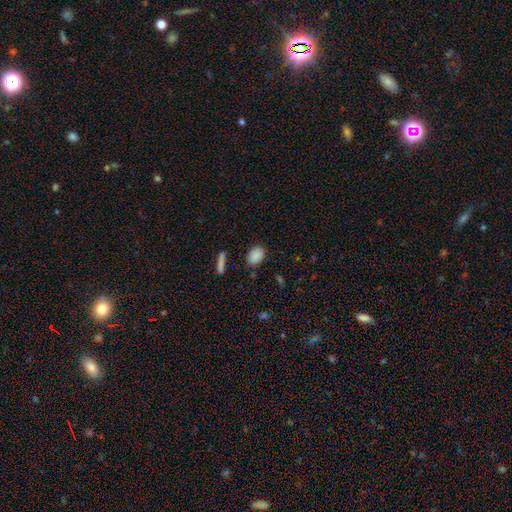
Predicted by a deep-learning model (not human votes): smooth 87%, star or artifact 9%, featured or disk 4%. Down the decision tree: how rounded — in between (79%); merging — none (81%).